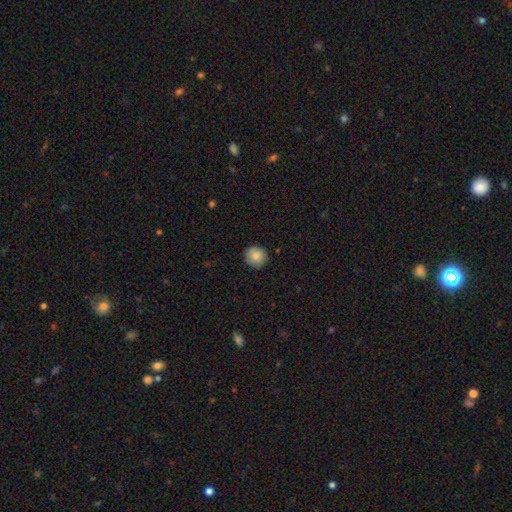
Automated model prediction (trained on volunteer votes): Q: Smooth or featured?
A: smooth (85%); runner-up: star or artifact (8%)
Q: How rounded?
A: round (93%); runner-up: in between (6%)
Q: Merging?
A: none (89%); runner-up: minor disturbance (8%)